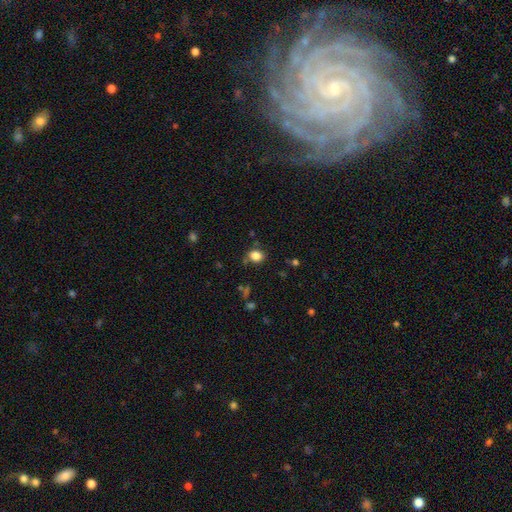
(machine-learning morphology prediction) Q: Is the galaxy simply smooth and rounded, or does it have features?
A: smooth — 84%.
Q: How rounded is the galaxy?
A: round — 51%.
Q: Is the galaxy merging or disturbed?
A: none — 75%.